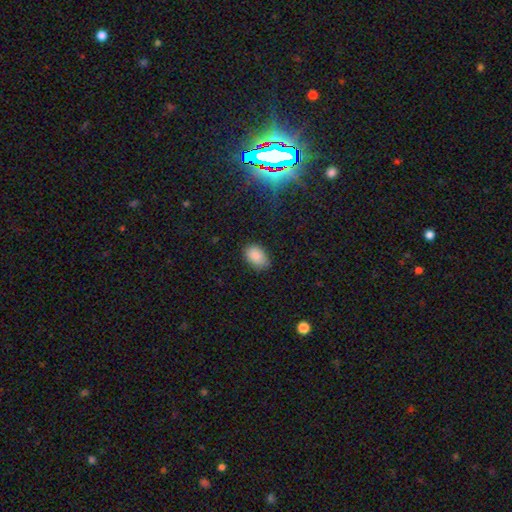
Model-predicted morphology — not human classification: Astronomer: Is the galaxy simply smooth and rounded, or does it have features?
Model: smooth — 87%.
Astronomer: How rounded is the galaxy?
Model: in between — 87%.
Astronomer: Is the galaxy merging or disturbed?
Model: none — 78%.